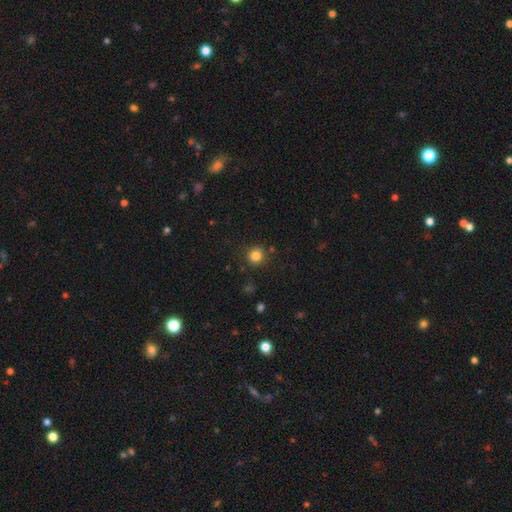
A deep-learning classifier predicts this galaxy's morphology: smooth_or_featured: smooth (p=0.82) [alt: star or artifact p=0.13]
how_rounded: round (p=0.89) [alt: in between p=0.11]
merging: none (p=0.84) [alt: minor disturbance p=0.10]